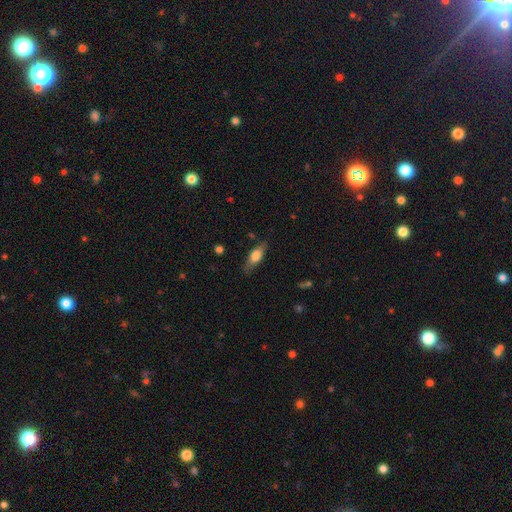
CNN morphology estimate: A smooth galaxy with no disk features (66%) that is in between round and cigar-shaped (69%).

Vote fractions:
- Smooth or featured? smooth: 66% / featured or disk: 27% / star or artifact: 7%
- How rounded? in between: 69% / cigar-shaped: 28% / round: 4%
- Merging? none: 77% / minor disturbance: 18% / major disturbance: 4% / merger: 1%